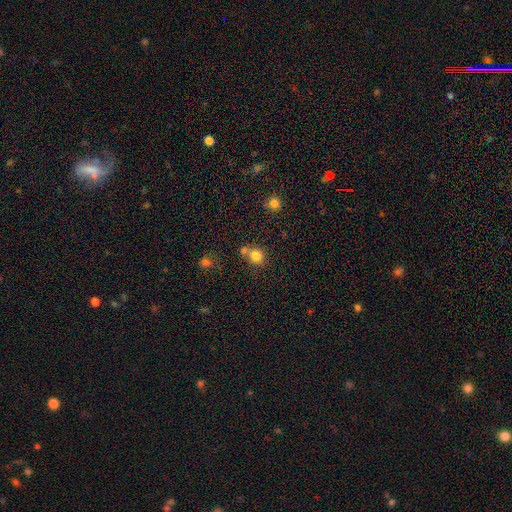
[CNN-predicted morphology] Smooth or featured? smooth (81%)
How rounded? round (82%)
Merging? none (53%)